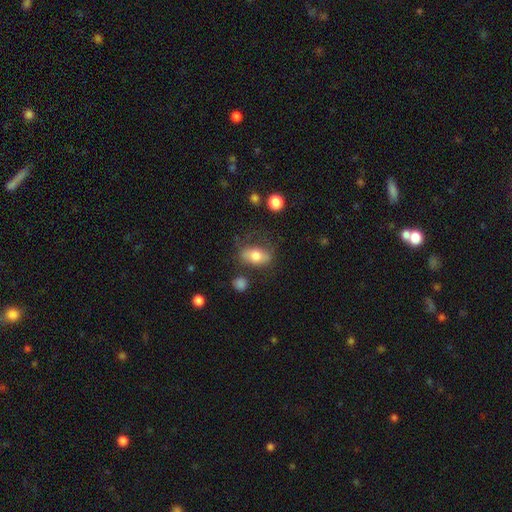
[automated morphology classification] smooth 68%, featured or disk 24%, star or artifact 8%. Down the decision tree: how rounded — in between (83%); merging — none (53%).